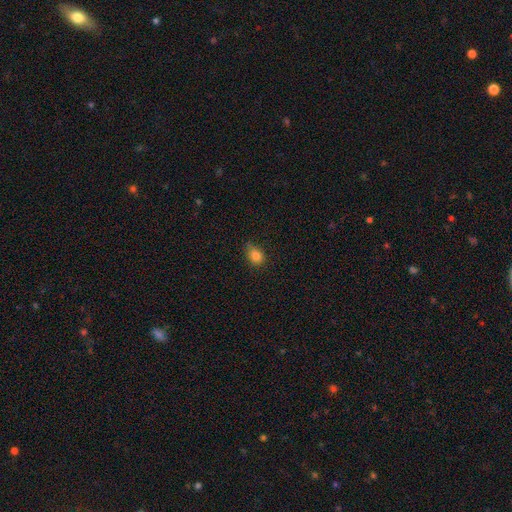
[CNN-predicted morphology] smooth_or_featured: smooth (p=0.82) [alt: star or artifact p=0.12]
how_rounded: round (p=0.52) [alt: in between p=0.46]
merging: none (p=0.68) [alt: minor disturbance p=0.26]